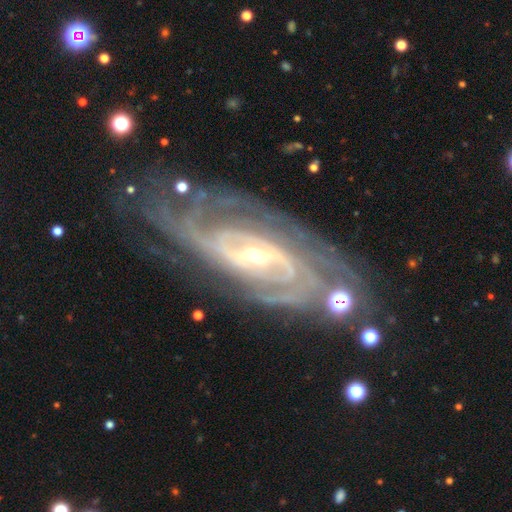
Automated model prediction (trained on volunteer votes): The model was most divided on "bar": weak: 38%, no: 34%, strong: 29%. Remaining: spiral arms — yes (98%); edge-on disk — no (94%); smooth or featured — featured or disk (91%); bulge size — small (73%); merging — none (71%); spiral winding — tight (64%); spiral arm count — 2 (31%).